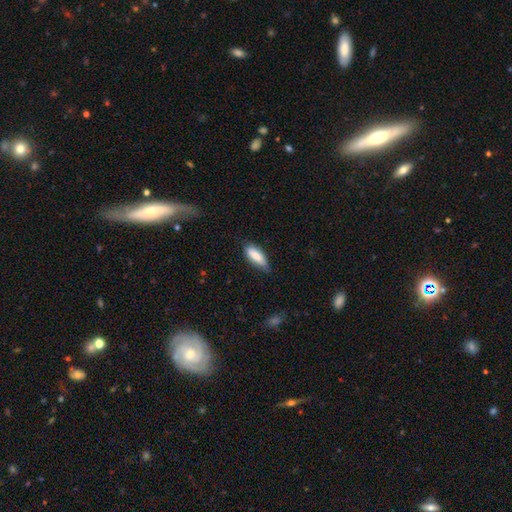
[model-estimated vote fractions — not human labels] Overall: smooth (84%). How rounded: in between (69%; cigar-shaped 29%). Merging: none (68%).